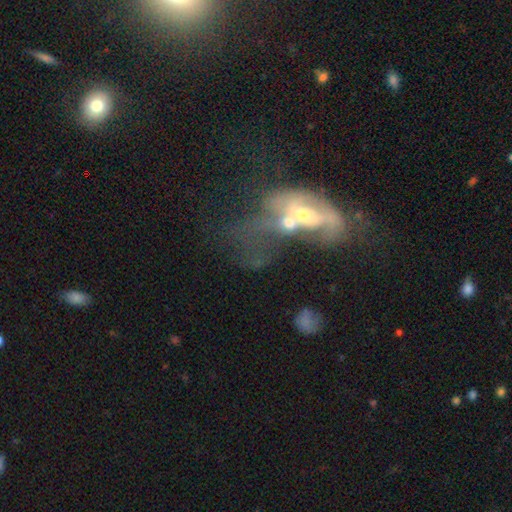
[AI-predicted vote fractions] featured or disk 59%, smooth 28%, star or artifact 13%. Down the decision tree: edge-on disk — no (90%); bar — no (68%); spiral arms — no (62%); bulge size — moderate (55%); merging — merger (50%).